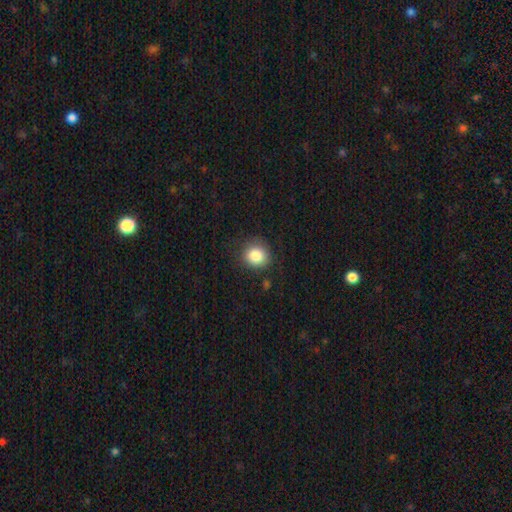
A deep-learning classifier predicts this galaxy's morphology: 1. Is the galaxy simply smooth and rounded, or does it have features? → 84% smooth, 9% star or artifact, 7% featured or disk.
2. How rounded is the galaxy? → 76% round, 23% in between, 1% cigar-shaped.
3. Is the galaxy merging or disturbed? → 80% none, 14% minor disturbance, 5% major disturbance, 2% merger.